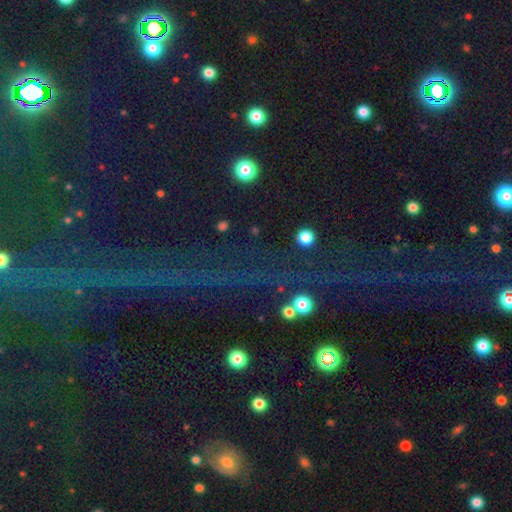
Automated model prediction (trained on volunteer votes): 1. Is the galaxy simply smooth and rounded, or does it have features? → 78% star or artifact, 11% smooth, 10% featured or disk.